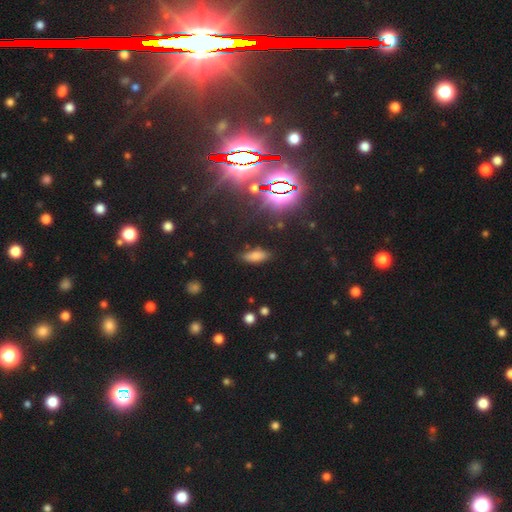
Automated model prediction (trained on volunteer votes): The model was most divided on "smooth or featured": smooth: 68%, star or artifact: 21%, featured or disk: 11%. More confident: merging — none (80%); how rounded — in between (77%).